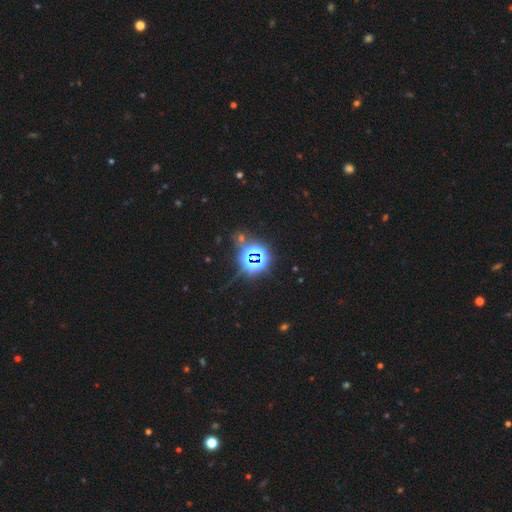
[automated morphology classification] Smooth or featured?
  - star or artifact: 83% *
  - smooth: 11%
  - featured or disk: 6%